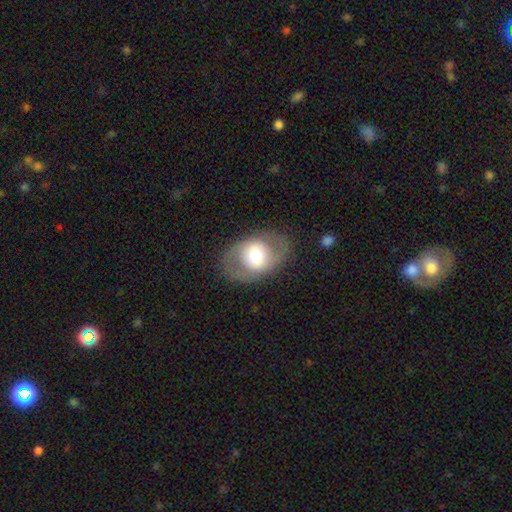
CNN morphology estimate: A featured or disk galaxy (48%).

Vote fractions:
- Smooth or featured? featured or disk: 48% / smooth: 45% / star or artifact: 7%
- Merging? none: 78% / minor disturbance: 12% / major disturbance: 9% / merger: 1%